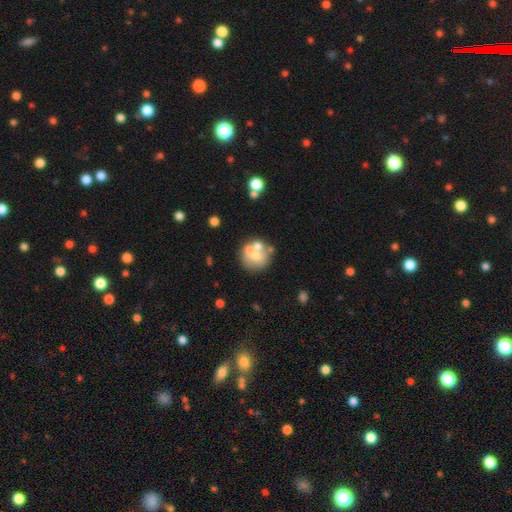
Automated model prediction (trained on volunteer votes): This appears to be a smooth galaxy with no disk features (50%). Merging: none (50%).